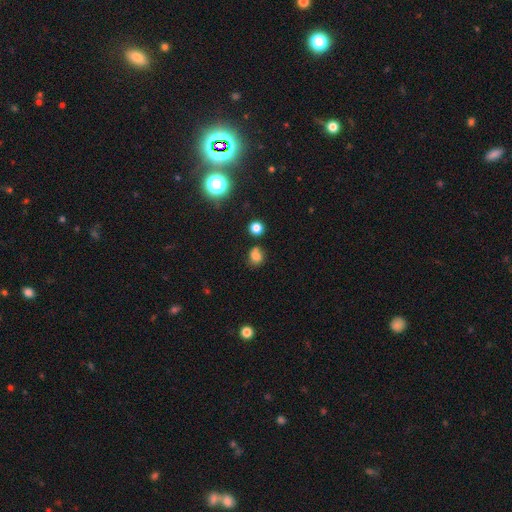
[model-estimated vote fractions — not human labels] A smooth galaxy with no disk features (76%) that is round (68%).

Vote fractions:
- Smooth or featured? smooth: 76% / star or artifact: 16% / featured or disk: 8%
- How rounded? round: 68% / in between: 31% / cigar-shaped: 1%
- Merging? none: 63% / minor disturbance: 17% / merger: 14% / major disturbance: 5%